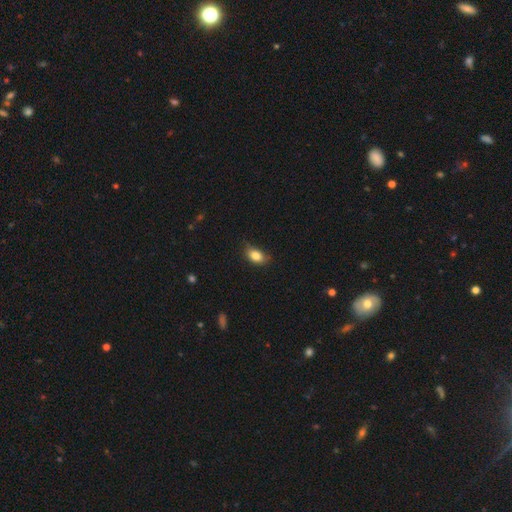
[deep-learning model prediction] A smooth galaxy with no disk features (84%) that is in between round and cigar-shaped (85%). Merging: none (70%).